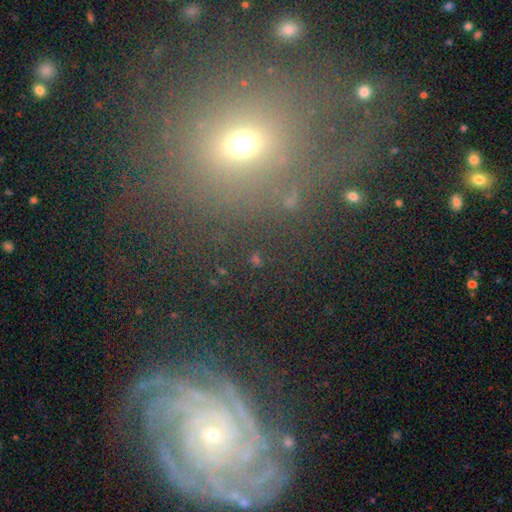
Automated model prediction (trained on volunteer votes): This is marginally a featured or disk galaxy (44%). Merging: likely none (74%).